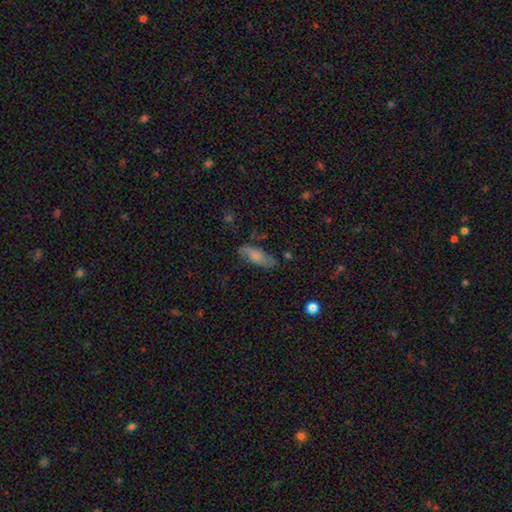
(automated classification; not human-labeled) This appears to be a smooth galaxy with no disk features (64%) that is in between round and cigar-shaped (70%). Merging: none (69%).